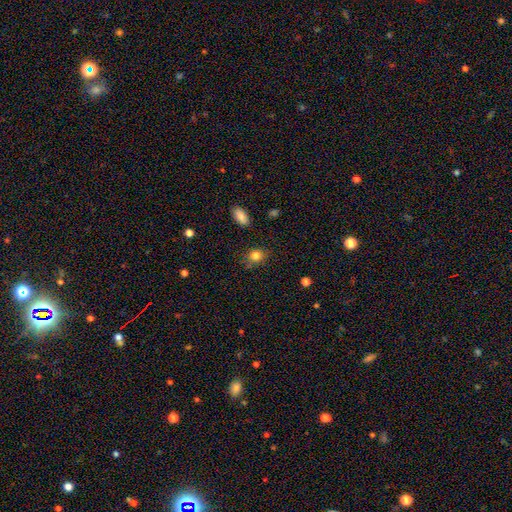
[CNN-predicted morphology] smooth-or-featured: smooth: 83% | star or artifact: 11% | featured or disk: 6%
  how-rounded: round: 55% | in between: 44% | cigar-shaped: 1%
  merging: none: 78% | minor disturbance: 15% | major disturbance: 4% | merger: 2%